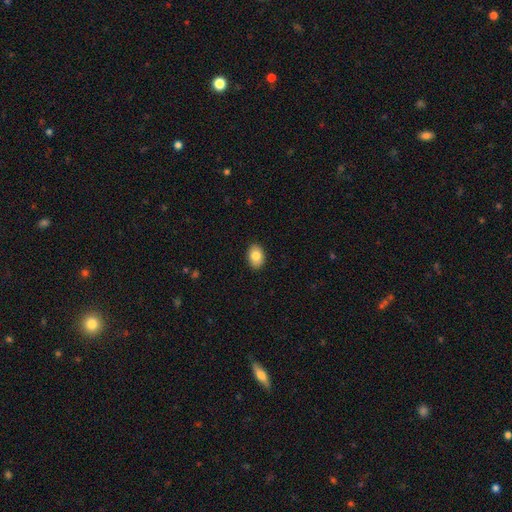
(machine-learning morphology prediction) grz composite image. It shows a smooth galaxy with no disk features (83%) that is in between round and cigar-shaped (81%). Merging: none (90%).